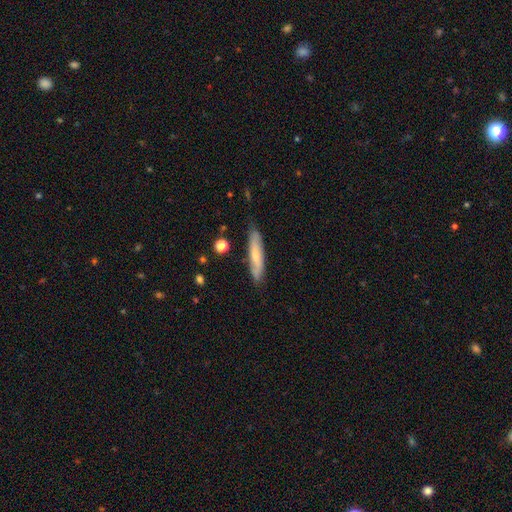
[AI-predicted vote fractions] smooth-or-featured: smooth: 56% | featured or disk: 38% | star or artifact: 6%
  how-rounded: cigar-shaped: 83% | in between: 15% | round: 2%
  merging: none: 82% | minor disturbance: 14% | major disturbance: 2% | merger: 2%